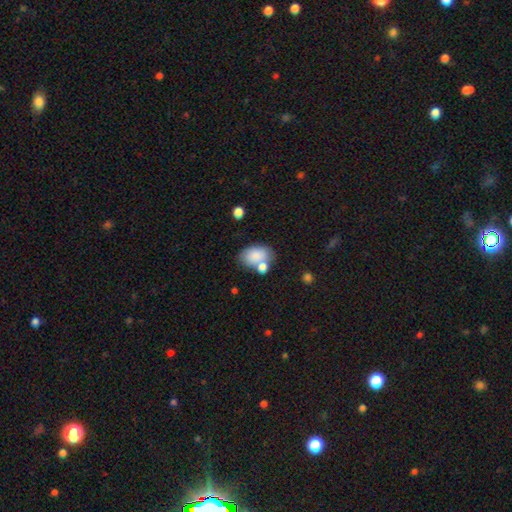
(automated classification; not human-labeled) Overall: smooth (83%). How rounded: in between (86%). Merging: none (51%; merger 27%).